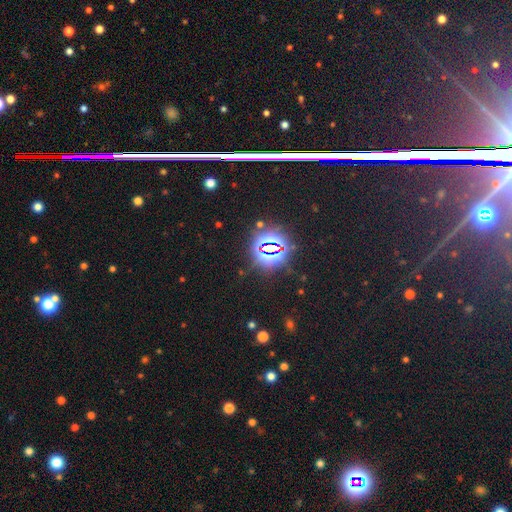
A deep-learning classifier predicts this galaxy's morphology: Smooth or featured? star or artifact (72%)